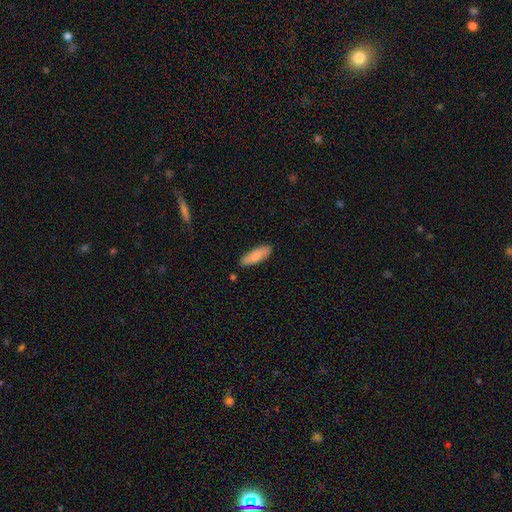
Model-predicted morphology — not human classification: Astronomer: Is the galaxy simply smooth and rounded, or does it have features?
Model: smooth — 80%.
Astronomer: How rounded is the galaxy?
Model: in between — 62%.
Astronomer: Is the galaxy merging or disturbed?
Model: none — 77%.